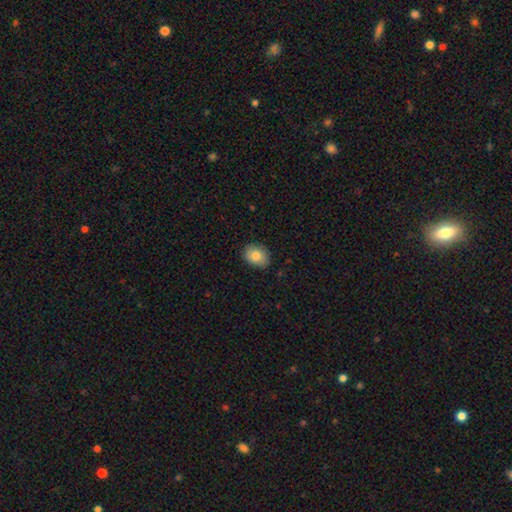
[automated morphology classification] Q: Smooth or featured?
A: smooth (83%); runner-up: featured or disk (10%)
Q: How rounded?
A: in between (64%); runner-up: round (35%)
Q: Merging?
A: none (83%); runner-up: minor disturbance (13%)